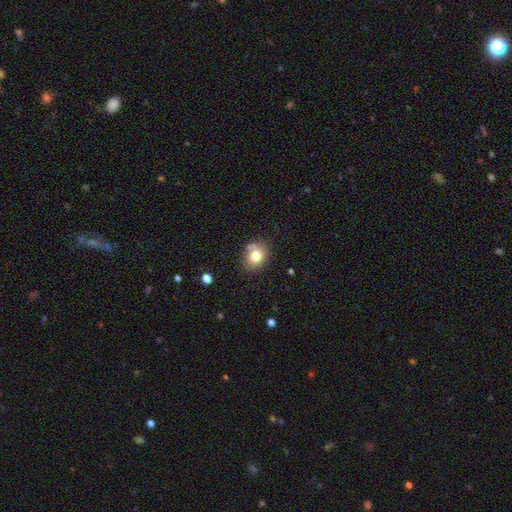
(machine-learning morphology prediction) smooth 76%, featured or disk 13%, star or artifact 11%. Down the decision tree: how rounded — round (52%); merging — none (72%).